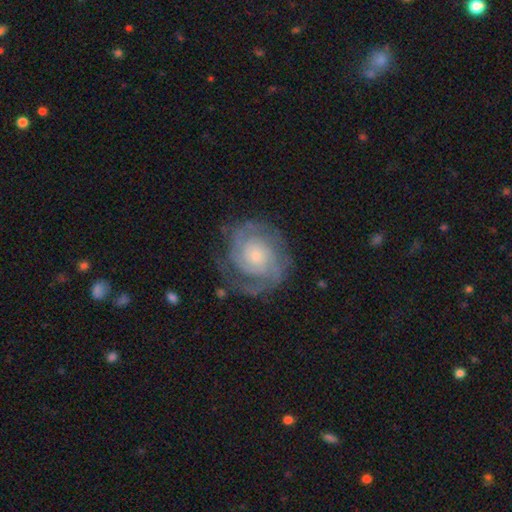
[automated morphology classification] A featured or disk galaxy (87%) with no bar (76%), 2 (41%) tight (67%) spiral arms (97%) and a small central bulge (66%). Merging: none (74%).